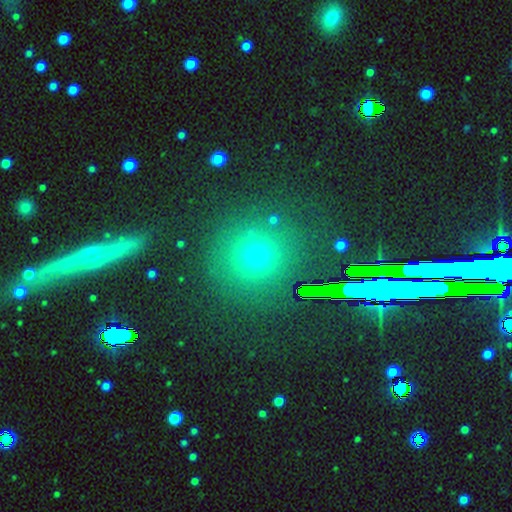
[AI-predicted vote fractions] Smooth or featured? smooth (61%)
How rounded? round (92%)
Merging? none (86%)